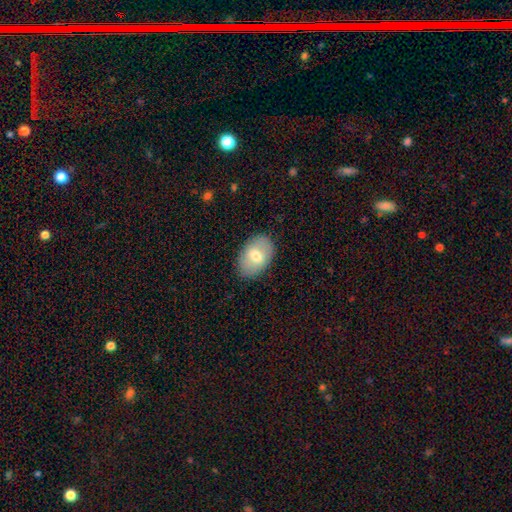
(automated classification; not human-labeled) This appears to be a smooth galaxy with no disk features (68%) that is in between round and cigar-shaped (86%). Merging: none (85%).